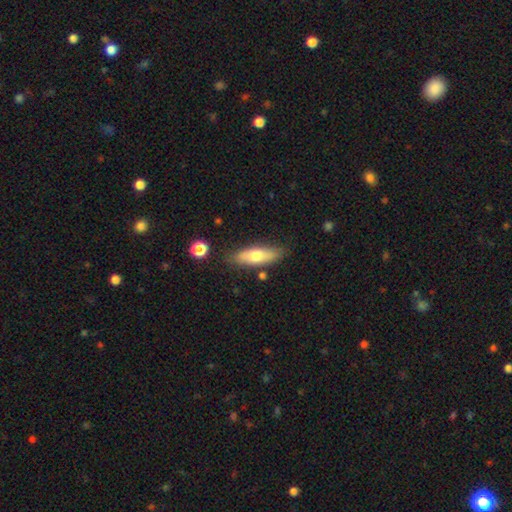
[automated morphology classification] Smooth or featured: smooth — 66% (featured or disk — 28%)
How rounded: in between — 57% (cigar-shaped — 40%)
Merging: none — 80% (minor disturbance — 14%)